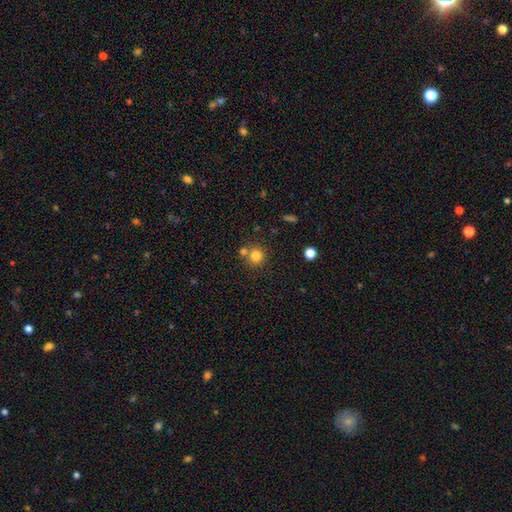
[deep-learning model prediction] Smooth or featured?
  - smooth: 80% *
  - star or artifact: 12%
  - featured or disk: 7%
How rounded?
  - round: 91% *
  - in between: 8%
  - cigar-shaped: 1%
Merging?
  - none: 69% *
  - merger: 21%
  - minor disturbance: 8%
  - major disturbance: 3%